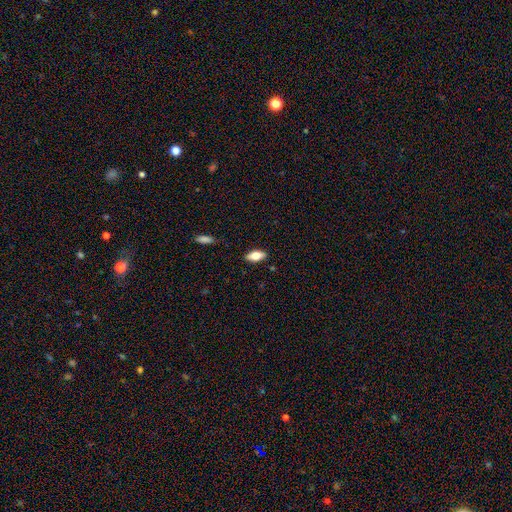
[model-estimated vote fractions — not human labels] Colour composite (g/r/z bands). It shows a smooth galaxy with no disk features (70%) that is in between round and cigar-shaped (85%). Merging: none (87%).